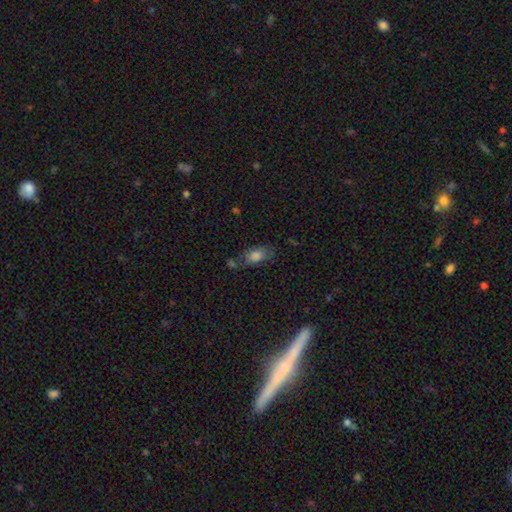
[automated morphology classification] A smooth galaxy with no disk features (78%) that is in between round and cigar-shaped (86%). Merging: none (57%).